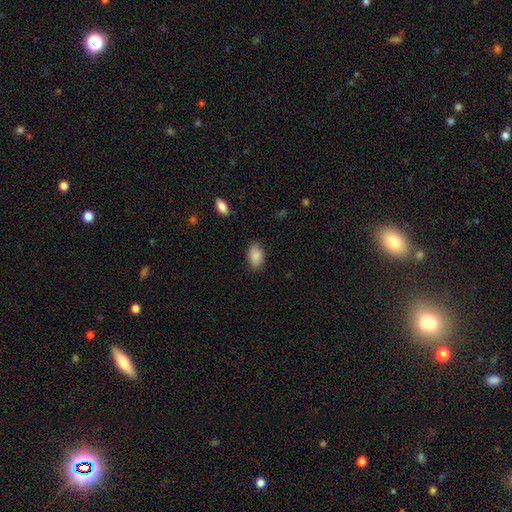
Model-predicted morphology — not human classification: The model was most divided on "merging": none: 83%, minor disturbance: 13%, major disturbance: 3%, merger: 1%. More confident: how rounded — in between (91%); smooth or featured — smooth (88%).